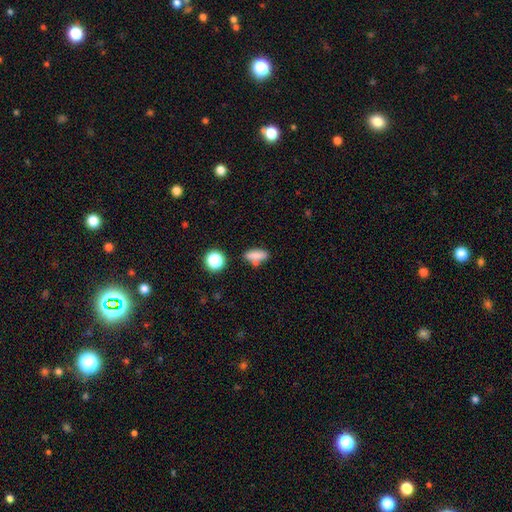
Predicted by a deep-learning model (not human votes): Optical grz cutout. It shows a smooth galaxy with no disk features (79%) that is in between round and cigar-shaped (65%). Merging: none (64%).